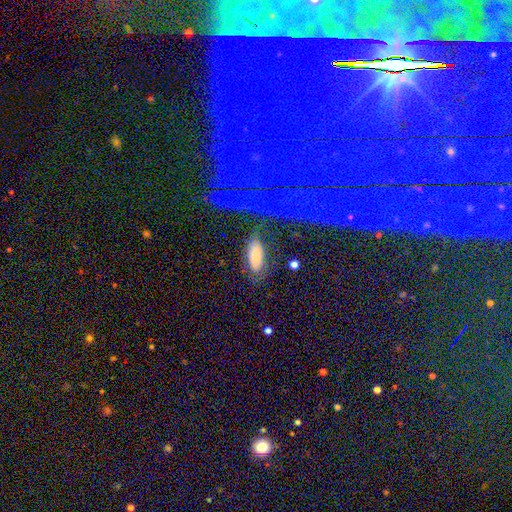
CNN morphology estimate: A smooth galaxy with no disk features (79%) that is in between round and cigar-shaped (80%).

Vote fractions:
- Smooth or featured? smooth: 79% / featured or disk: 12% / star or artifact: 9%
- How rounded? in between: 80% / cigar-shaped: 18% / round: 2%
- Merging? none: 69% / minor disturbance: 19% / major disturbance: 8% / merger: 4%